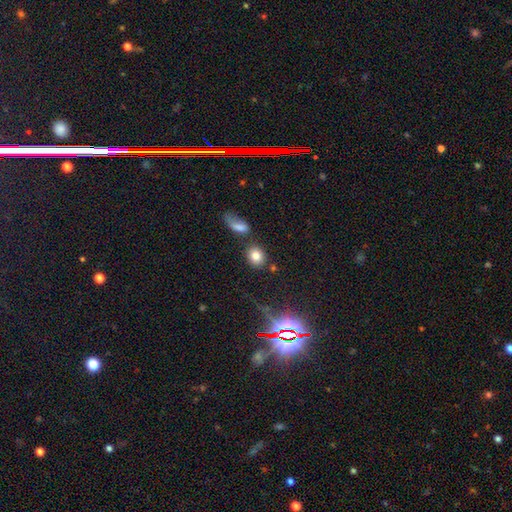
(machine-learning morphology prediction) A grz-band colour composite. It shows a smooth galaxy with no disk features (78%) that is round (61%). Merging: none (73%).